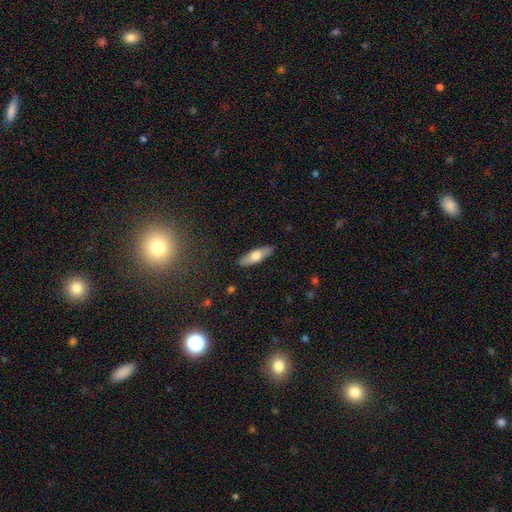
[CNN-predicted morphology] This is likely a smooth galaxy (64%). How rounded: possibly cigar-shaped (51%). Merging: clearly none (89%).